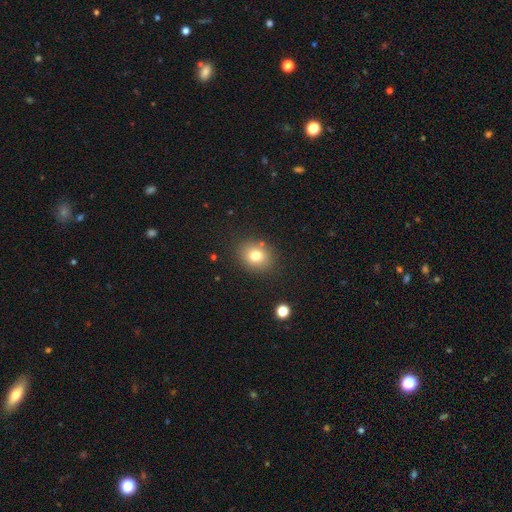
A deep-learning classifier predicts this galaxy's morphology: A smooth galaxy with no disk features (77%) that is round (62%). Merging: none (84%).